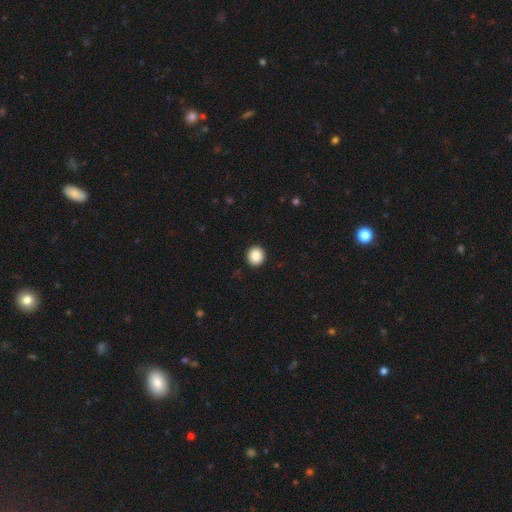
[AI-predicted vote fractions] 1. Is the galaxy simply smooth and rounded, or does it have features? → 89% smooth, 8% star or artifact, 3% featured or disk.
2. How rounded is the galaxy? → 91% round, 8% in between, 1% cigar-shaped.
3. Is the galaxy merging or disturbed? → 93% none, 4% minor disturbance, 2% major disturbance, 1% merger.